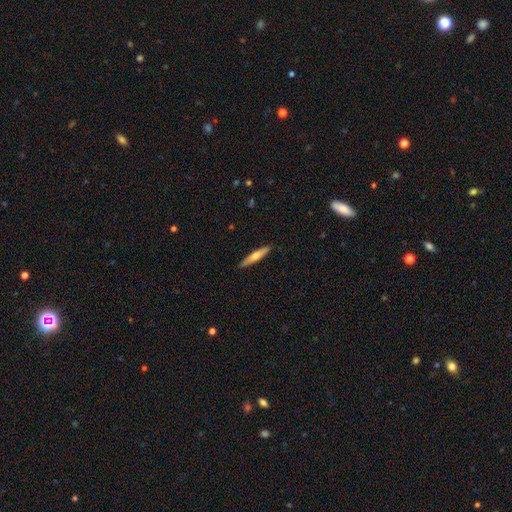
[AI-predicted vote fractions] smooth-or-featured: smooth: 51% | featured or disk: 43% | star or artifact: 6%
  how-rounded: cigar-shaped: 88% | in between: 10% | round: 2%
  merging: none: 90% | minor disturbance: 8% | major disturbance: 2% | merger: 1%